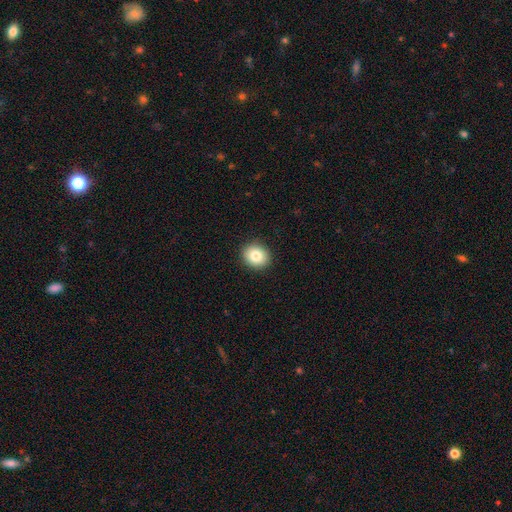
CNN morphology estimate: Smooth or featured? smooth (83%)
How rounded? round (72%)
Merging? none (91%)